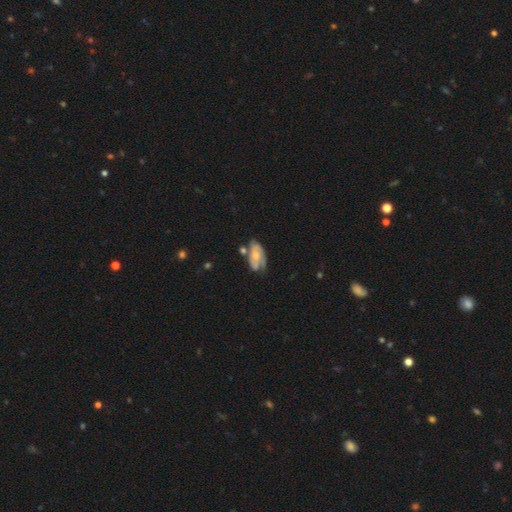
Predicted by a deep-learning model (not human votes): Overall: featured or disk (59%; smooth 35%). Edge-on disk: no (93%). Bar: no (73%). Spiral arms: yes (69%; no 31%). Bulge size: moderate (46%; small 45%). Merging: none (46%; minor disturbance 28%).